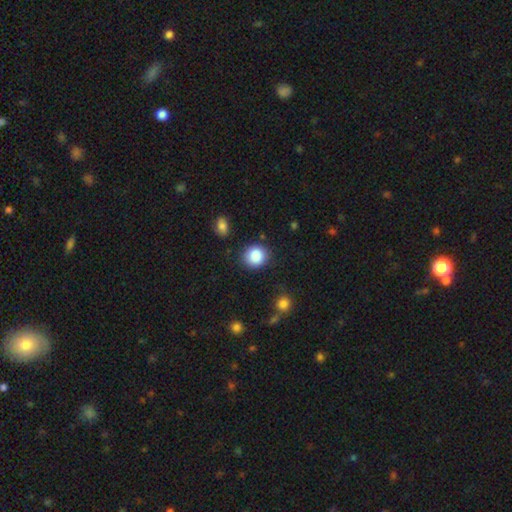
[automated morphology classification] Q: Smooth or featured?
A: smooth (86%); runner-up: star or artifact (9%)
Q: How rounded?
A: round (86%); runner-up: in between (13%)
Q: Merging?
A: none (86%); runner-up: minor disturbance (9%)